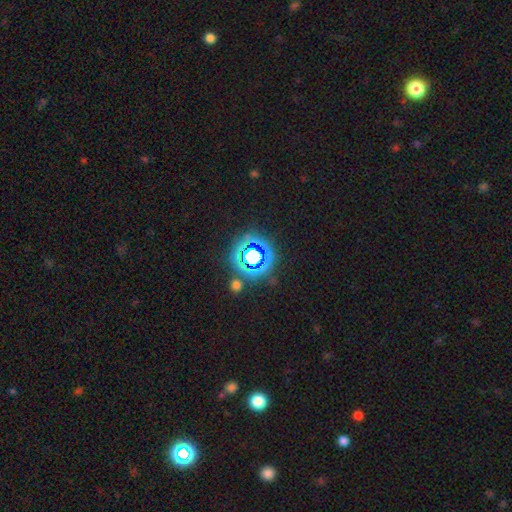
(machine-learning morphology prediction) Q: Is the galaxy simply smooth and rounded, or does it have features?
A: star or artifact — 70%.